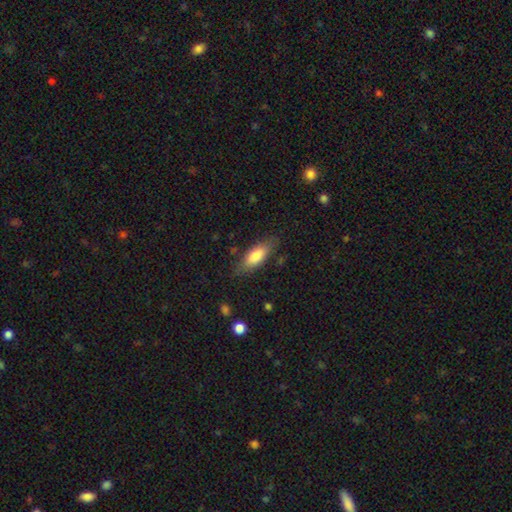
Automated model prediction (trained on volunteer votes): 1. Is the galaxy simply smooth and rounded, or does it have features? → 78% smooth, 16% featured or disk, 6% star or artifact.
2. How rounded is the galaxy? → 72% in between, 26% cigar-shaped, 2% round.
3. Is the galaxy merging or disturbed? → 77% none, 17% minor disturbance, 5% major disturbance, 2% merger.